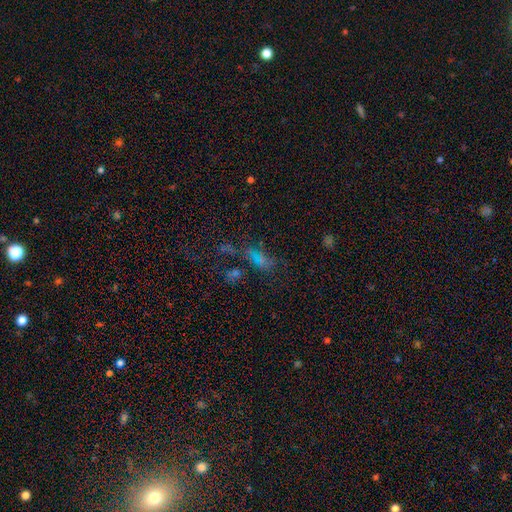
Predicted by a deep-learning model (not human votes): smooth 40%, star or artifact 39%, featured or disk 21%. Down the decision tree: merging — none (40%).